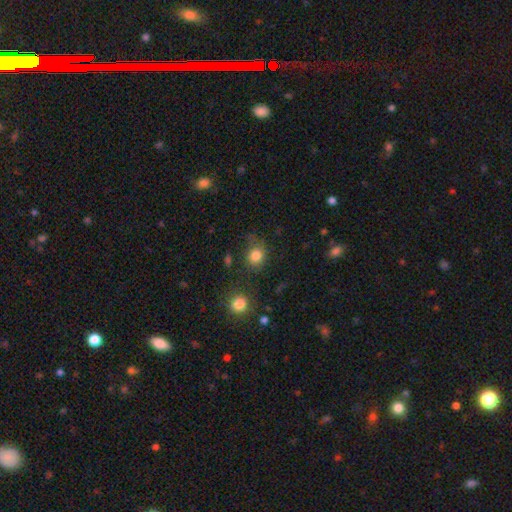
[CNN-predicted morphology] type=smooth (82%); roundness=round (71%); merging=none (71%).